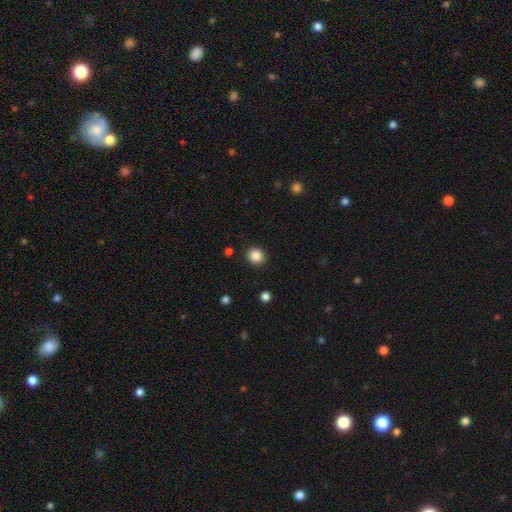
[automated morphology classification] Smooth or featured?
  - smooth: 86% *
  - star or artifact: 10%
  - featured or disk: 3%
How rounded?
  - round: 86% *
  - in between: 13%
  - cigar-shaped: 1%
Merging?
  - none: 91% *
  - minor disturbance: 6%
  - major disturbance: 2%
  - merger: 1%